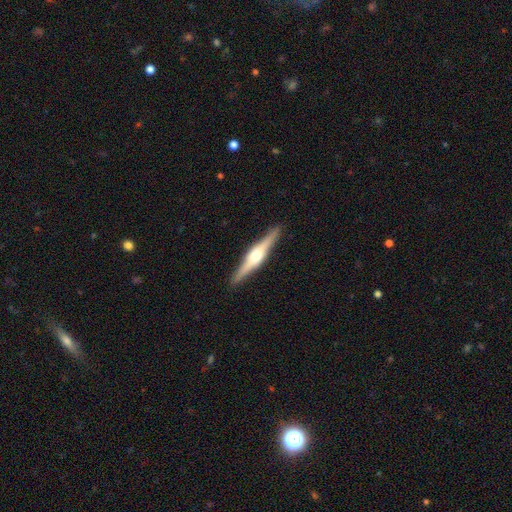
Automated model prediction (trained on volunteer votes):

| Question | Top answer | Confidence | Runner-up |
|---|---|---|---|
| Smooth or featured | featured or disk | 76% | smooth (19%) |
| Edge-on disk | yes | 98% | no (2%) |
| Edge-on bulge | rounded | 90% | boxy (8%) |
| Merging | none | 91% | minor disturbance (6%) |